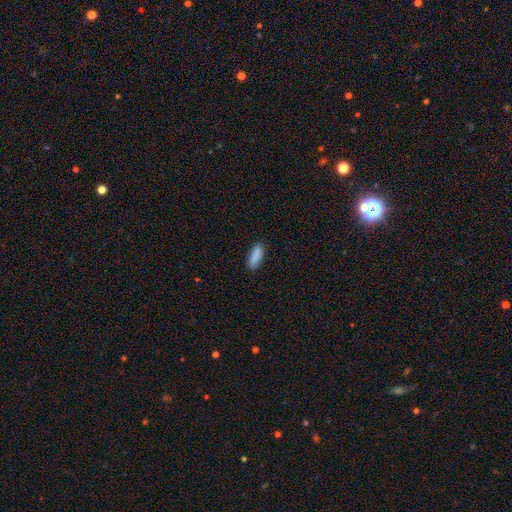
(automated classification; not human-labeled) Morphology: type=smooth (89%); roundness=in between (64%); merging=none (85%).